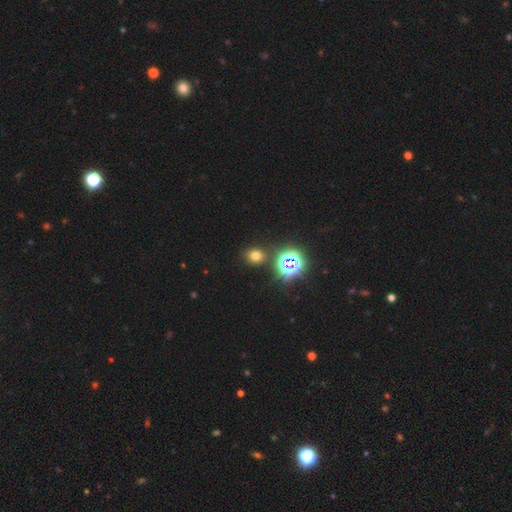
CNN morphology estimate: Smooth or featured? Predicted: smooth (p=0.62). How rounded? Predicted: round (p=0.67). Merging? Predicted: none (p=0.84).